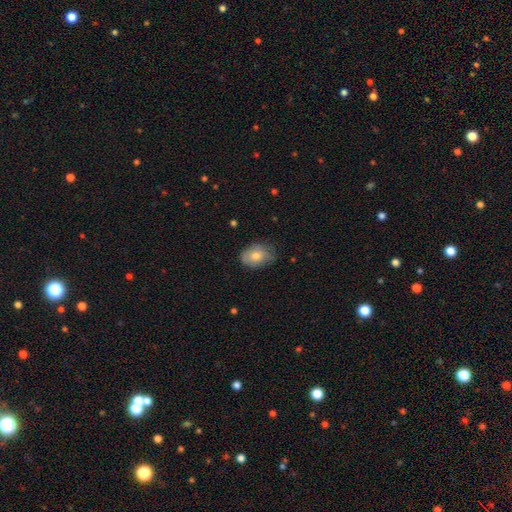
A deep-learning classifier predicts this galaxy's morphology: smooth 73%, featured or disk 19%, star or artifact 8%. Down the decision tree: how rounded — in between (83%); merging — none (69%).